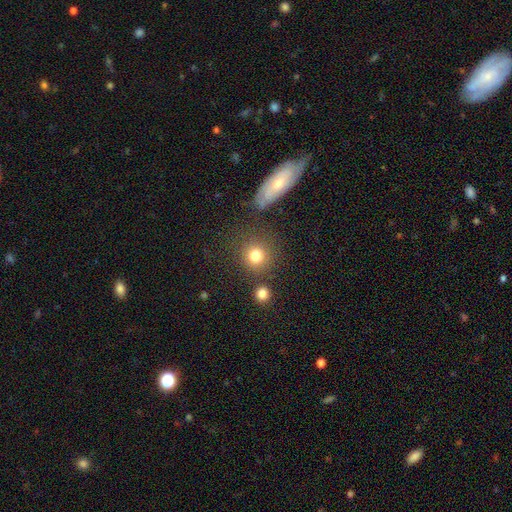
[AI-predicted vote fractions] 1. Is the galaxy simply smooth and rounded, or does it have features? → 80% smooth, 12% star or artifact, 8% featured or disk.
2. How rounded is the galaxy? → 90% round, 9% in between, 1% cigar-shaped.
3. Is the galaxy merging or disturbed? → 76% none, 10% minor disturbance, 8% merger, 6% major disturbance.